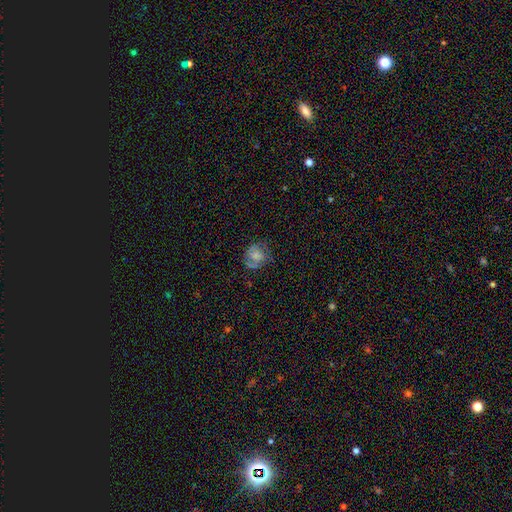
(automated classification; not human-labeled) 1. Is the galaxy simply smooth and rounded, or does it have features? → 46% featured or disk, 44% smooth, 10% star or artifact.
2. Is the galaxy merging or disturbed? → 62% none, 22% minor disturbance, 13% major disturbance, 2% merger.